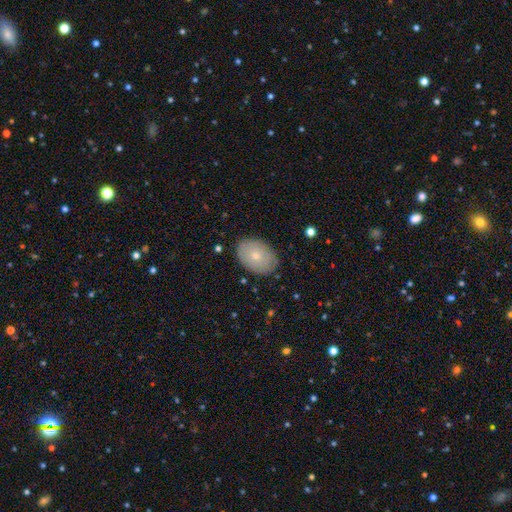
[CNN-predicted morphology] Smooth or featured? Predicted: smooth (p=0.70). How rounded? Predicted: in between (p=0.83). Merging? Predicted: none (p=0.85).